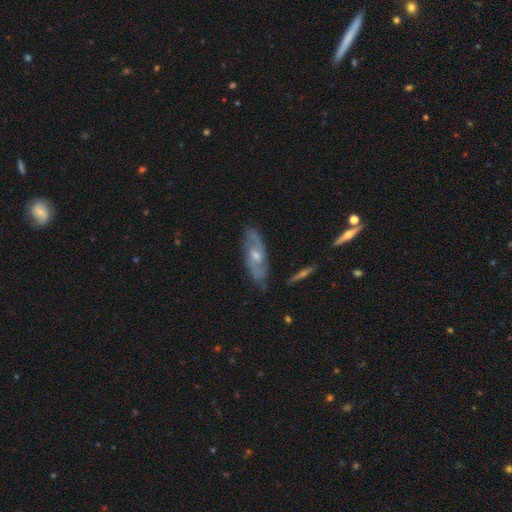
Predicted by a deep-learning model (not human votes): Smooth or featured: featured or disk — 74% (smooth — 18%)
Edge-on disk: no — 81% (yes — 19%)
Bar: no — 59% (weak — 34%)
Spiral arms: yes — 87% (no — 13%)
Spiral winding: medium — 43% (tight — 33%)
Spiral arm count: 2 — 66% (can't tell — 23%)
Bulge size: moderate — 55% (small — 40%)
Merging: none — 79% (minor disturbance — 16%)